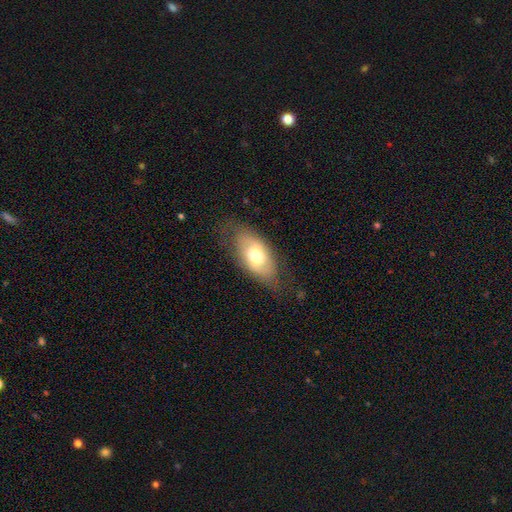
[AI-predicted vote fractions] Smooth or featured?
  - smooth: 55% *
  - featured or disk: 38%
  - star or artifact: 7%
How rounded?
  - in between: 91% *
  - round: 5%
  - cigar-shaped: 4%
Merging?
  - none: 68% *
  - minor disturbance: 22%
  - major disturbance: 9%
  - merger: 1%